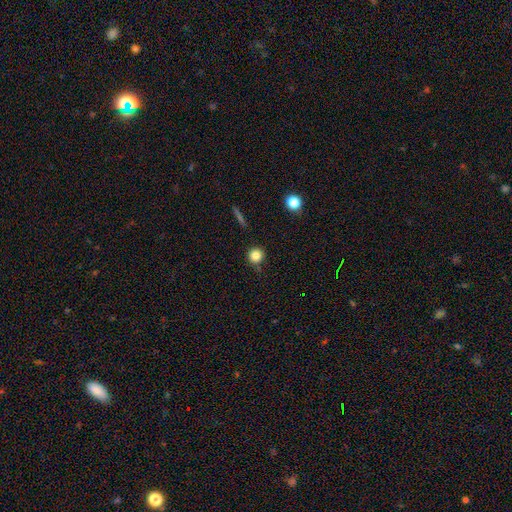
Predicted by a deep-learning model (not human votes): Smooth or featured? smooth (83%)
How rounded? round (94%)
Merging? none (85%)